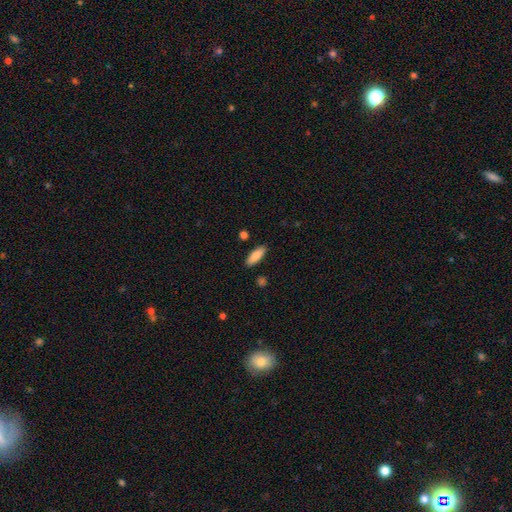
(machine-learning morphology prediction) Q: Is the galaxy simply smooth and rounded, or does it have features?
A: smooth — 84%.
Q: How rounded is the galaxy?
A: in between — 67%.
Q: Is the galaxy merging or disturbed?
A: none — 87%.